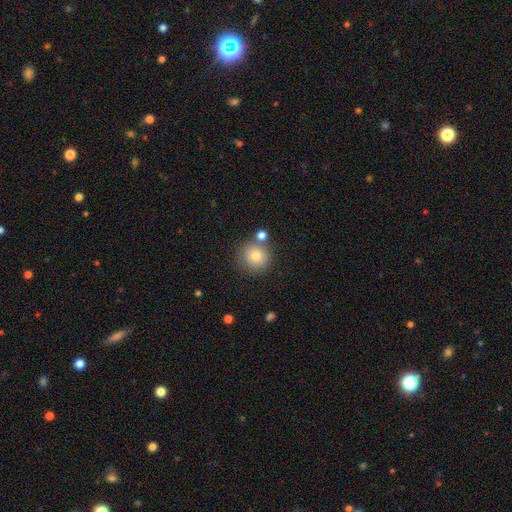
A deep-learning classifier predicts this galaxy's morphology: The model was most divided on "merging": none: 72%, merger: 14%, minor disturbance: 10%, major disturbance: 3%. More confident: how rounded — round (93%); smooth or featured — smooth (78%).